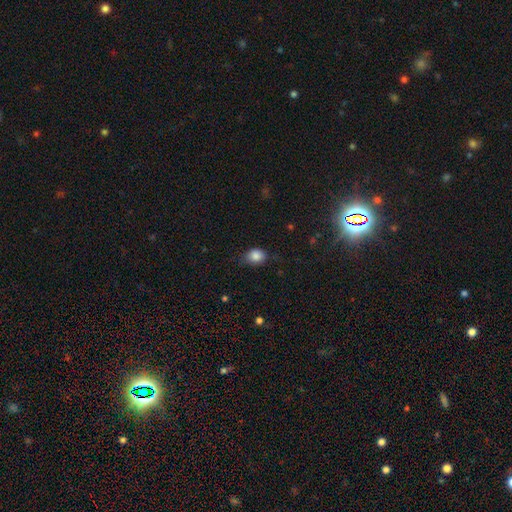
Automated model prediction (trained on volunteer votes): Overall: smooth (85%). How rounded: in between (55%; round 44%). Merging: none (65%; minor disturbance 28%).